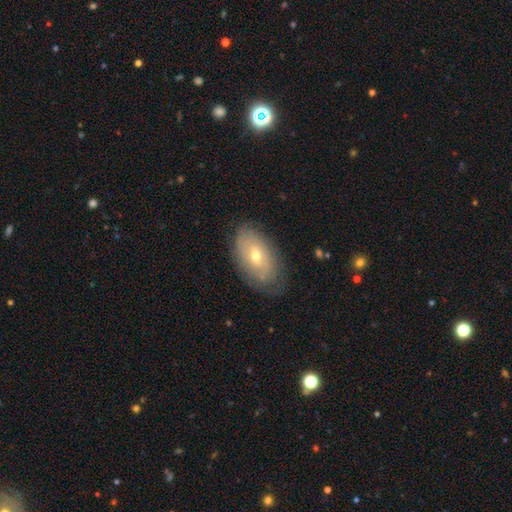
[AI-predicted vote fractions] featured or disk 51%, smooth 42%, star or artifact 8%. Down the decision tree: edge-on disk — no (88%); merging — none (75%).